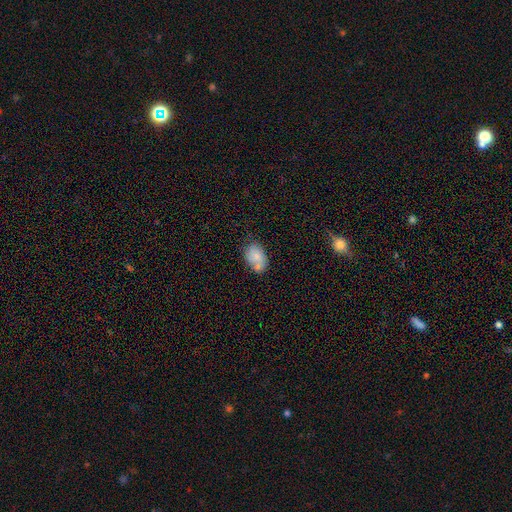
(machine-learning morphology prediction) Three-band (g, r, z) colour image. It shows a smooth galaxy with no disk features (74%) that is in between round and cigar-shaped (83%). Merging: none (48%).